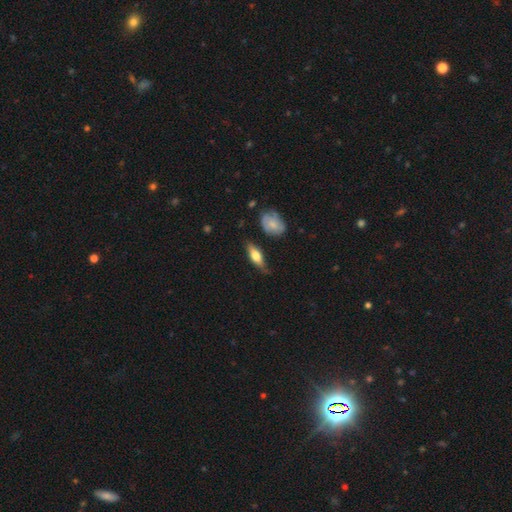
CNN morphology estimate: Smooth or featured: smooth — 60% (featured or disk — 33%)
How rounded: in between — 62% (cigar-shaped — 34%)
Merging: none — 65% (minor disturbance — 26%)